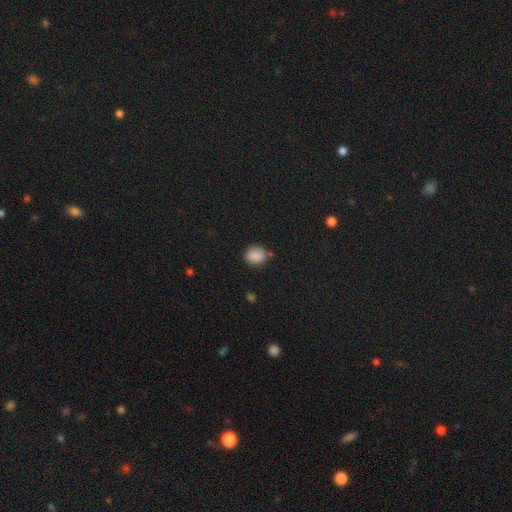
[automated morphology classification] Smooth or featured: smooth — 87% (star or artifact — 9%)
How rounded: round — 73% (in between — 26%)
Merging: none — 76% (minor disturbance — 16%)